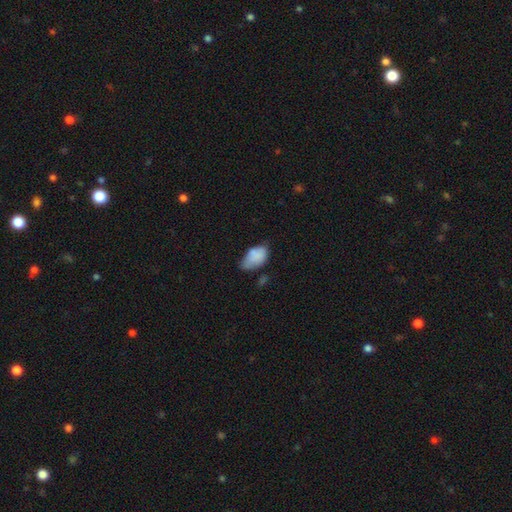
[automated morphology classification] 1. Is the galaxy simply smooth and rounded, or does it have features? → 80% smooth, 12% featured or disk, 9% star or artifact.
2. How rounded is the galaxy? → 91% in between, 7% round, 2% cigar-shaped.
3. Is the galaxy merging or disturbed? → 42% minor disturbance, 38% none, 13% major disturbance, 7% merger.